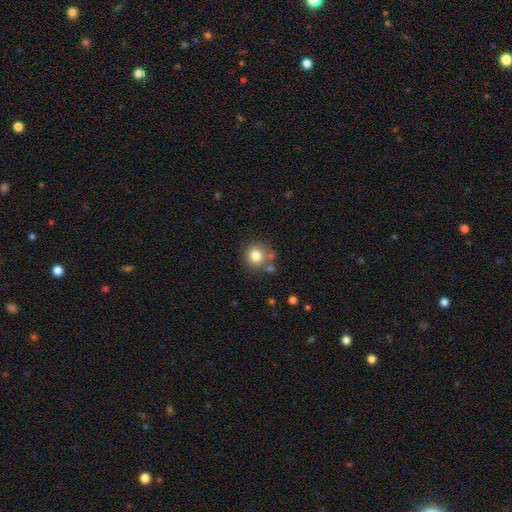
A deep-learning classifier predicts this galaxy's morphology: Q: Smooth or featured?
A: smooth (80%); runner-up: star or artifact (11%)
Q: How rounded?
A: round (91%); runner-up: in between (8%)
Q: Merging?
A: none (71%); runner-up: minor disturbance (13%)